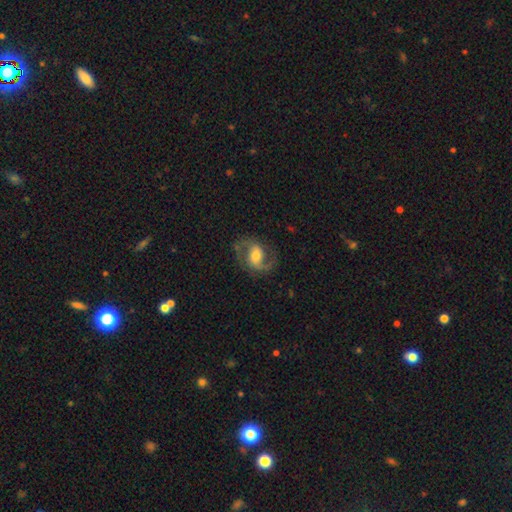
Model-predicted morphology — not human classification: Smooth or featured? Predicted: featured or disk (p=0.81). Edge-on disk? Predicted: no (p=0.97). Bar? Predicted: weak (p=0.45). Spiral arms? Predicted: yes (p=0.94). Spiral winding? Predicted: medium (p=0.55). Spiral arm count? Predicted: 2 (p=0.90). Bulge size? Predicted: moderate (p=0.56). Merging? Predicted: none (p=0.75).